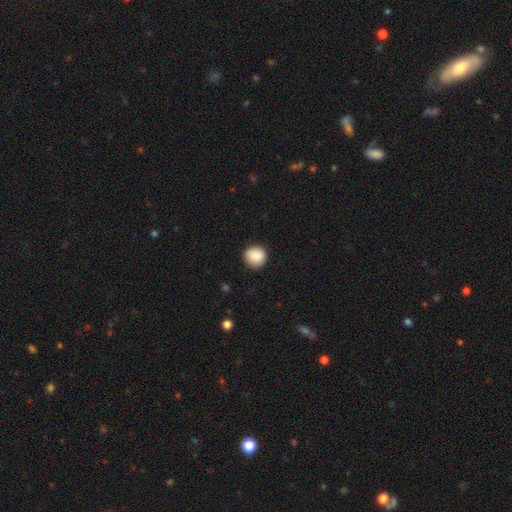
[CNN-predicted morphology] Smooth or featured?
  - smooth: 89% *
  - star or artifact: 8%
  - featured or disk: 3%
How rounded?
  - round: 94% *
  - in between: 5%
  - cigar-shaped: 1%
Merging?
  - none: 90% *
  - minor disturbance: 8%
  - major disturbance: 2%
  - merger: 1%